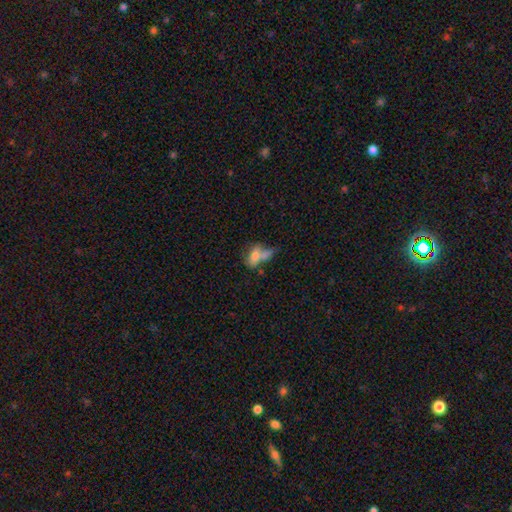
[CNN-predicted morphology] A smooth galaxy with no disk features (64%) that is in between round and cigar-shaped (77%).

Vote fractions:
- Smooth or featured? smooth: 64% / featured or disk: 26% / star or artifact: 10%
- How rounded? in between: 77% / cigar-shaped: 14% / round: 9%
- Merging? merger: 46% / none: 28% / minor disturbance: 14% / major disturbance: 12%